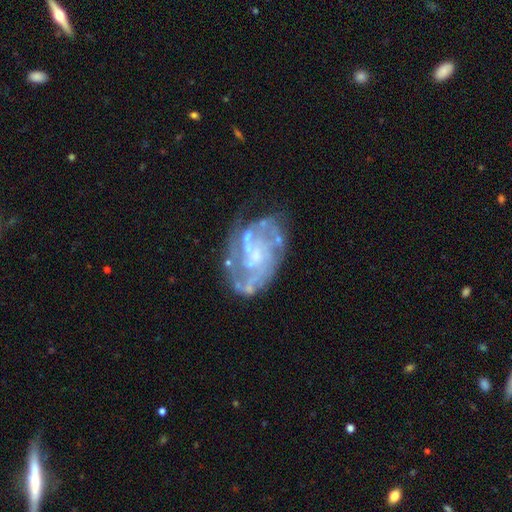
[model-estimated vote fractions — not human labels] A featured or disk galaxy (82%) with no bar (62%), tight (40%, tied with medium) spiral arms (76%) and a small central bulge (48%). Merging: none (58%).